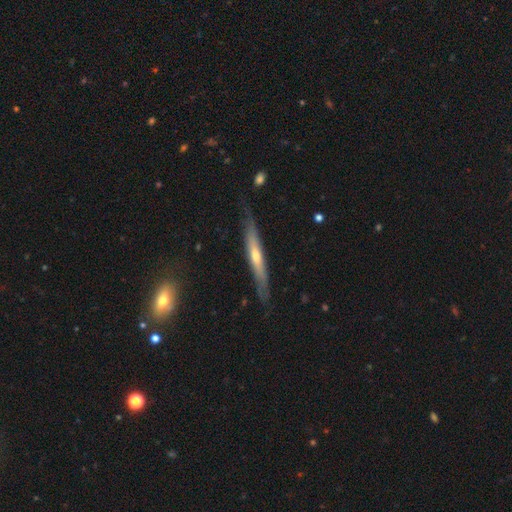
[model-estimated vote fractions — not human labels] A featured or disk galaxy (59%) viewed edge-on (87%) with a rounded central bulge (62%).

Vote fractions:
- Smooth or featured? featured or disk: 59% / smooth: 35% / star or artifact: 6%
- Edge-on disk? yes: 87% / no: 13%
- Edge-on bulge? rounded: 62% / none: 33% / boxy: 5%
- Merging? none: 78% / minor disturbance: 17% / major disturbance: 4% / merger: 2%